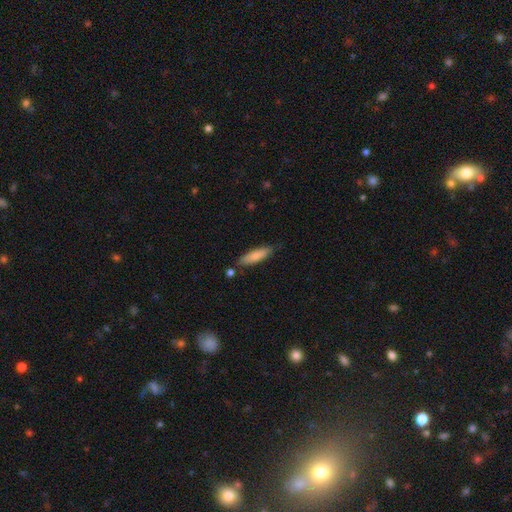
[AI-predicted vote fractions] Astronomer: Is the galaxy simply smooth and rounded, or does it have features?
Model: smooth — 80%.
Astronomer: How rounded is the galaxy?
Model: cigar-shaped — 67%.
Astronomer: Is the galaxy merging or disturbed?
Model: none — 78%.